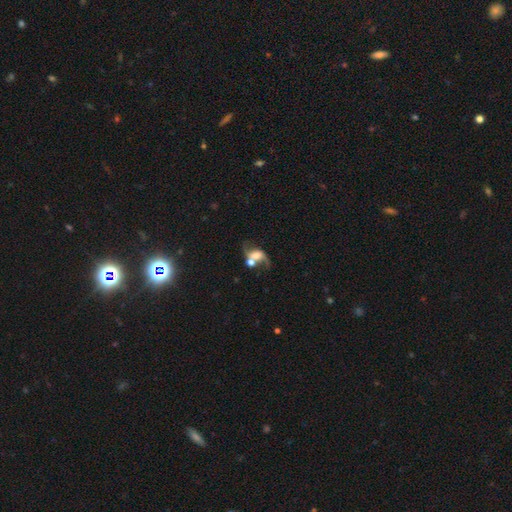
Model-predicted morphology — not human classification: A featured or disk galaxy (66%) with no bar (52%), 2 (84%) loose (78%) spiral arms (86%) and a moderate central bulge (33%). Merging: merger (40%).